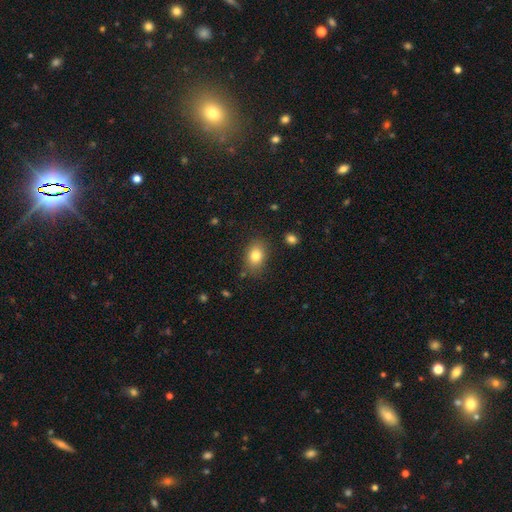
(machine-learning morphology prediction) smooth 81%, star or artifact 10%, featured or disk 9%. Down the decision tree: how rounded — in between (76%); merging — none (81%).